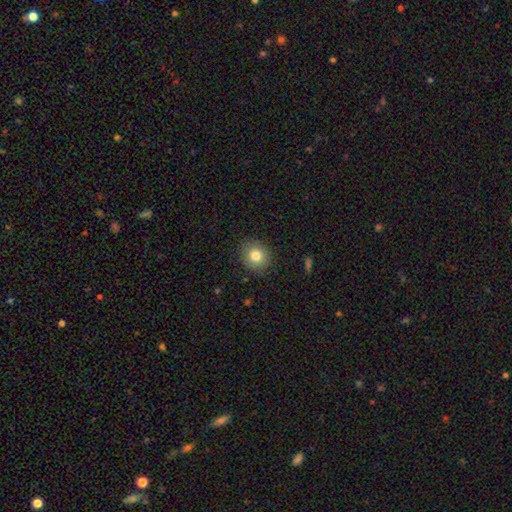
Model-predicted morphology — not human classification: smooth 81%, star or artifact 9%, featured or disk 9%. Down the decision tree: how rounded — round (76%); merging — none (86%).